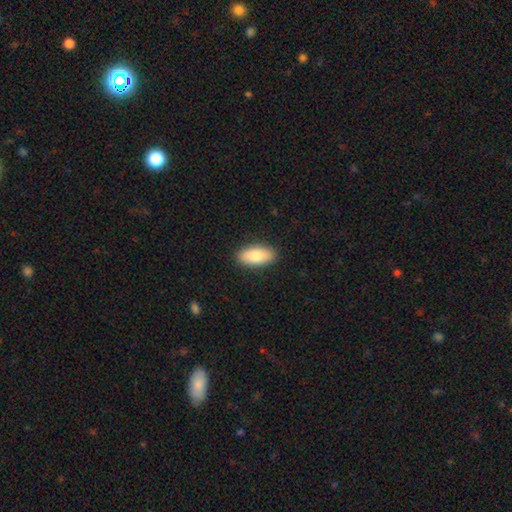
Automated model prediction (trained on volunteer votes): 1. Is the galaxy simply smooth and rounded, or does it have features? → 82% smooth, 12% featured or disk, 6% star or artifact.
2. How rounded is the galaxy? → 91% in between, 6% cigar-shaped, 3% round.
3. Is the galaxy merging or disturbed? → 89% none, 8% minor disturbance, 2% major disturbance, 1% merger.